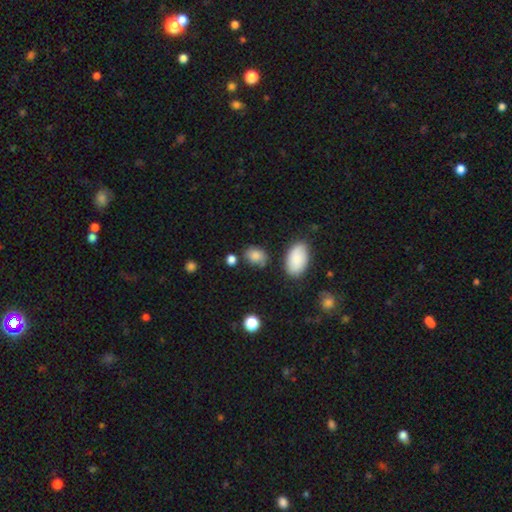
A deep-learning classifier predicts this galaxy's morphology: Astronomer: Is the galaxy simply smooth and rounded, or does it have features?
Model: smooth — 81%.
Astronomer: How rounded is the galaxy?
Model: in between — 69%.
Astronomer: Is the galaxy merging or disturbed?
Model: none — 68%.